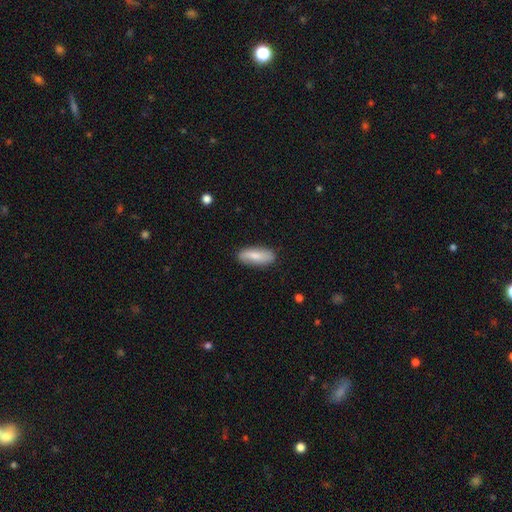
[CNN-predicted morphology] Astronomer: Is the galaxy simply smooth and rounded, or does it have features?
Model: smooth — 78%.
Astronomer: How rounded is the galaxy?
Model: in between — 75%.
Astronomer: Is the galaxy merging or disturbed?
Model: none — 84%.